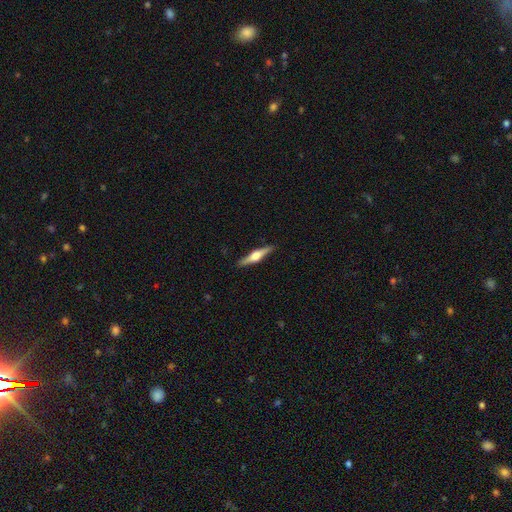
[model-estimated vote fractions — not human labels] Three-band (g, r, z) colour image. It shows a featured or disk galaxy (68%) viewed edge-on (97%) with a rounded central bulge (90%). Merging: none (90%).